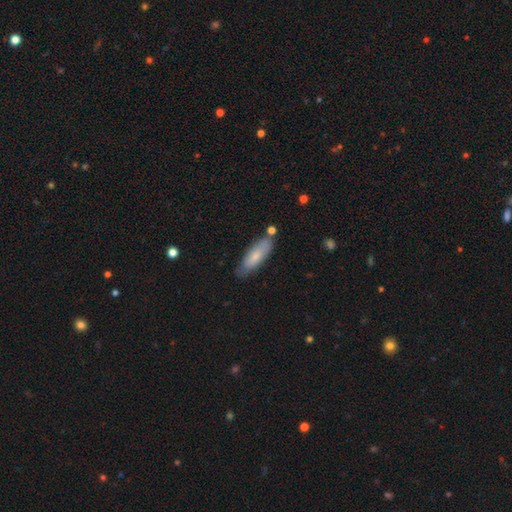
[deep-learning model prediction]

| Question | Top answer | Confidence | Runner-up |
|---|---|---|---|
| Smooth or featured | smooth | 73% | featured or disk (21%) |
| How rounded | in between | 53% | cigar-shaped (45%) |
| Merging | none | 73% | minor disturbance (18%) |